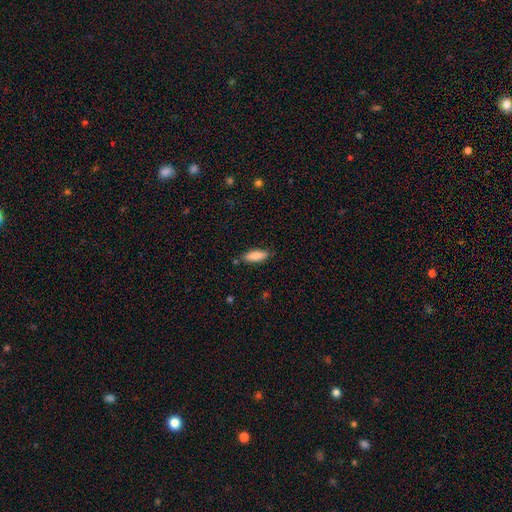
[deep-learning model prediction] smooth 85%, featured or disk 9%, star or artifact 6%. Down the decision tree: how rounded — in between (59%); merging — none (80%).